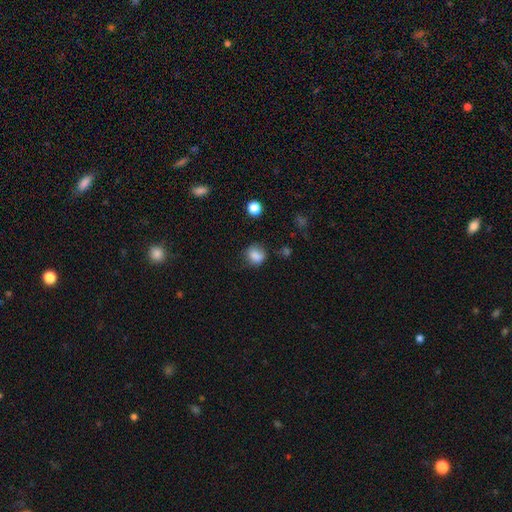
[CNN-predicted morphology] type=smooth (82%); roundness=round (65%); merging=none (65%).